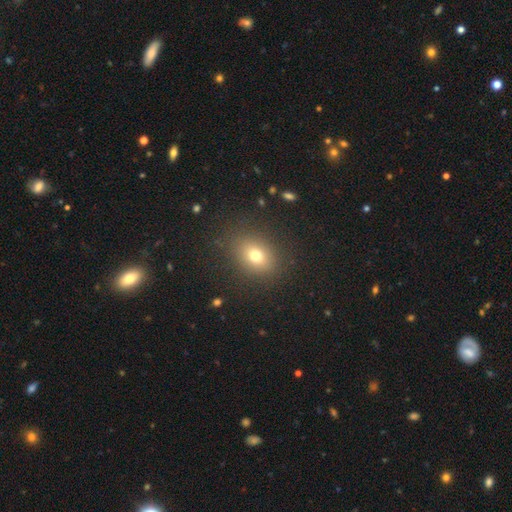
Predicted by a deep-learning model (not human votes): This appears to be a smooth galaxy with no disk features (74%) that is in between round and cigar-shaped (54%). Merging: none (85%).